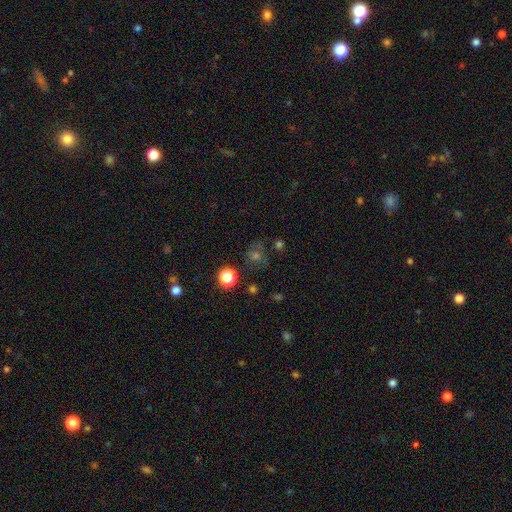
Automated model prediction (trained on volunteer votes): Smooth or featured?
  - smooth: 47% *
  - star or artifact: 37%
  - featured or disk: 16%
Merging?
  - none: 70% *
  - minor disturbance: 15%
  - major disturbance: 10%
  - merger: 5%